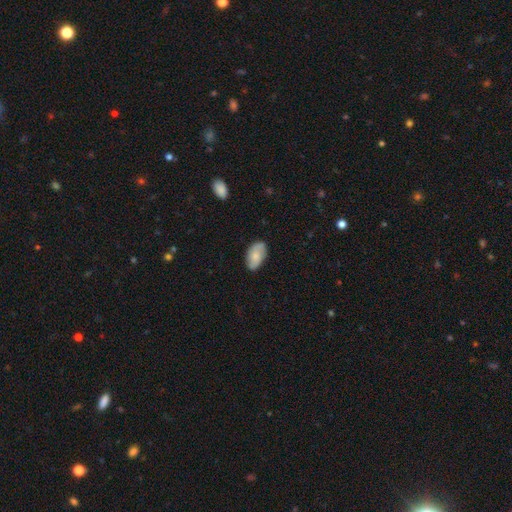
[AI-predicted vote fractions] This appears to be a smooth galaxy with no disk features (72%) that is in between round and cigar-shaped (94%). Merging: none (77%).